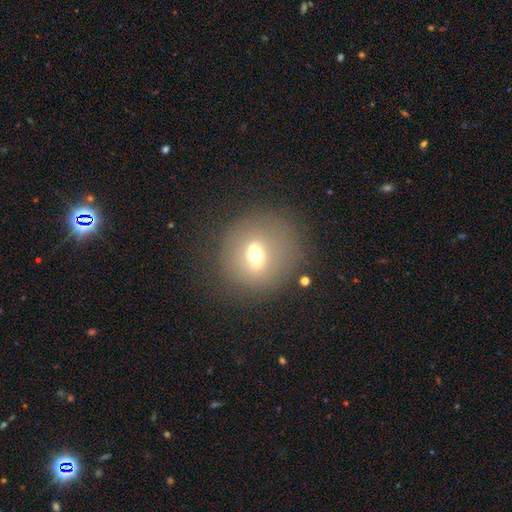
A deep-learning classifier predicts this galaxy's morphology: The model was most divided on "smooth or featured": smooth: 56%, featured or disk: 29%, star or artifact: 15%. More confident: how rounded — round (85%); merging — none (58%).